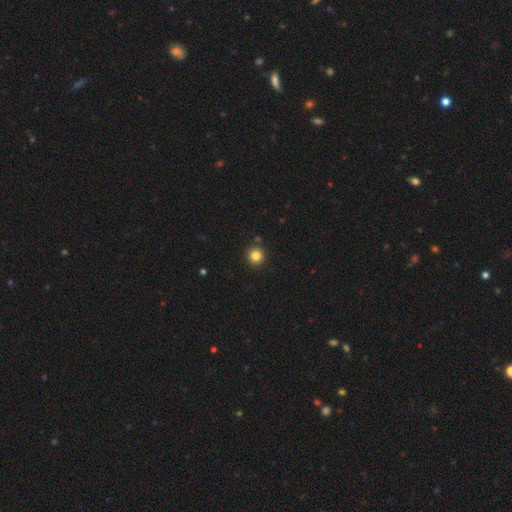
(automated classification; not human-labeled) This appears to be a smooth galaxy with no disk features (83%) that is round (95%). Merging: none (89%).